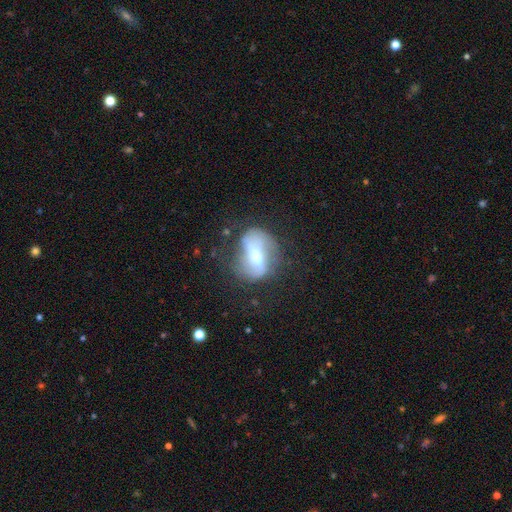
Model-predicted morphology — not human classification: Q: Smooth or featured?
A: featured or disk (61%); runner-up: smooth (31%)
Q: Edge-on disk?
A: no (90%); runner-up: yes (10%)
Q: Bar?
A: strong (46%); runner-up: weak (35%)
Q: Spiral arms?
A: yes (57%); runner-up: no (43%)
Q: Bulge size?
A: moderate (55%); runner-up: small (30%)
Q: Merging?
A: none (54%); runner-up: minor disturbance (23%)